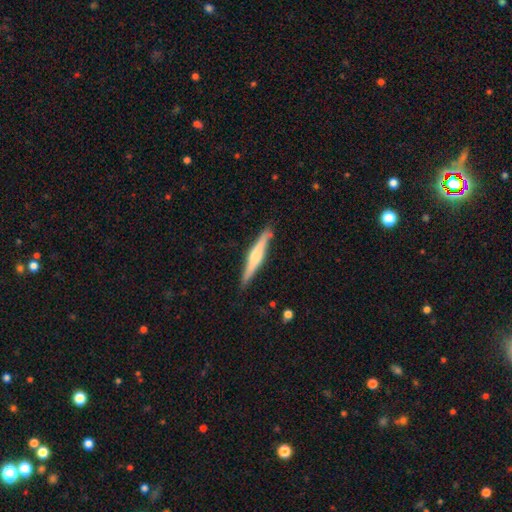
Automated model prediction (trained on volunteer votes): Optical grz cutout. It shows a featured or disk galaxy (56%) viewed edge-on (96%) with a rounded central bulge (59%). Merging: none (85%).